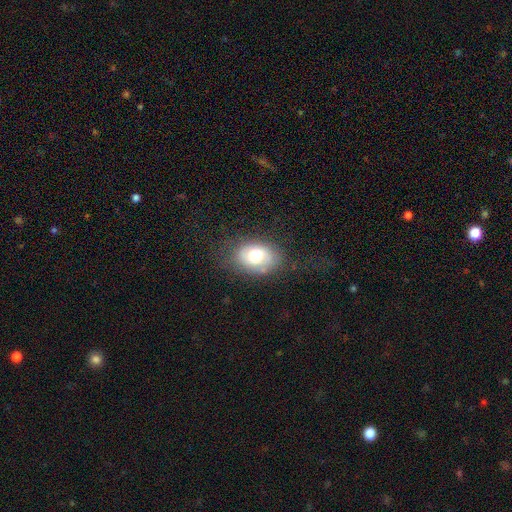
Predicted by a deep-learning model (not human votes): Overall: smooth (60%; featured or disk 31%). How rounded: in between (77%). Merging: none (69%).